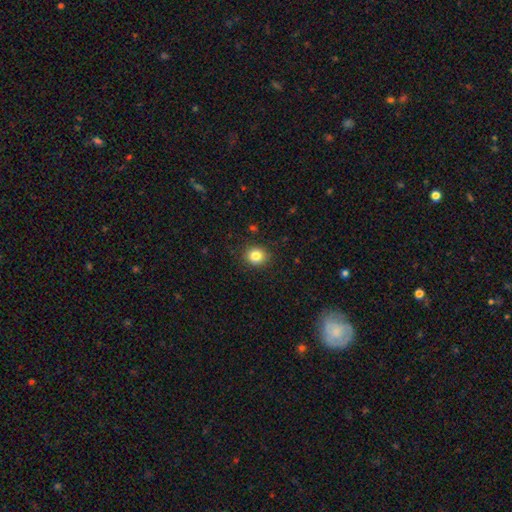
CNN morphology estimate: Smooth or featured? Predicted: smooth (p=0.83). How rounded? Predicted: round (p=0.82). Merging? Predicted: none (p=0.89).